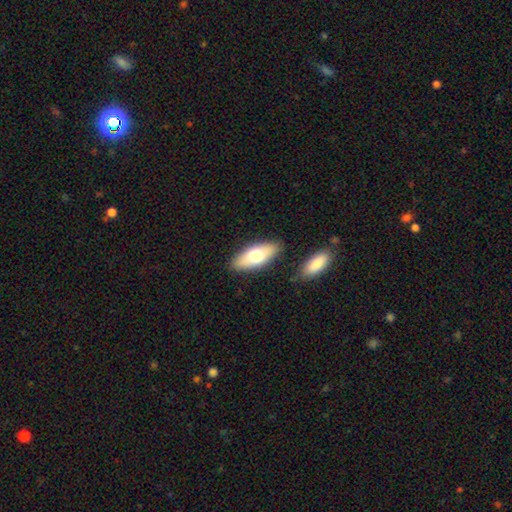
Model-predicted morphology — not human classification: Smooth or featured?
  - smooth: 69% *
  - featured or disk: 25%
  - star or artifact: 6%
How rounded?
  - in between: 78% *
  - cigar-shaped: 20%
  - round: 2%
Merging?
  - none: 83% *
  - minor disturbance: 11%
  - merger: 4%
  - major disturbance: 2%